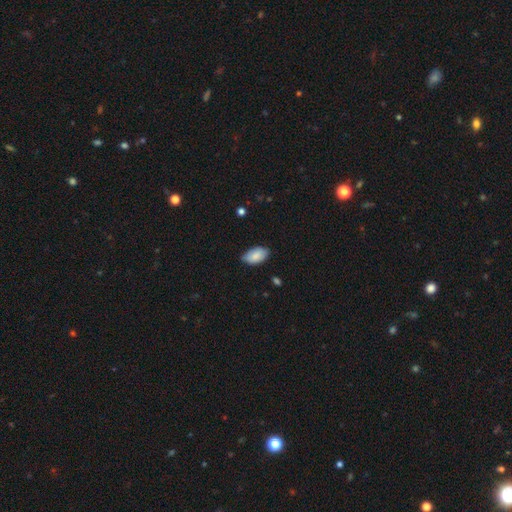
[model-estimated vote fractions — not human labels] Smooth or featured? Predicted: smooth (p=0.83). How rounded? Predicted: in between (p=0.95). Merging? Predicted: none (p=0.73).